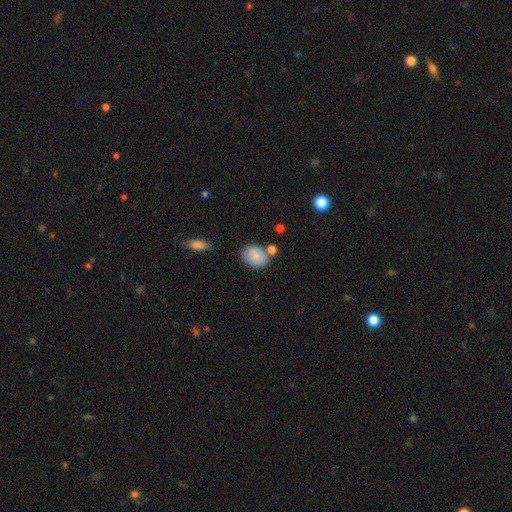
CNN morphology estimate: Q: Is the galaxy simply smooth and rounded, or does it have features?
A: smooth — 84%.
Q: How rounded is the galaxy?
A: in between — 64%.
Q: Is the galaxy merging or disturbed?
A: none — 66%.